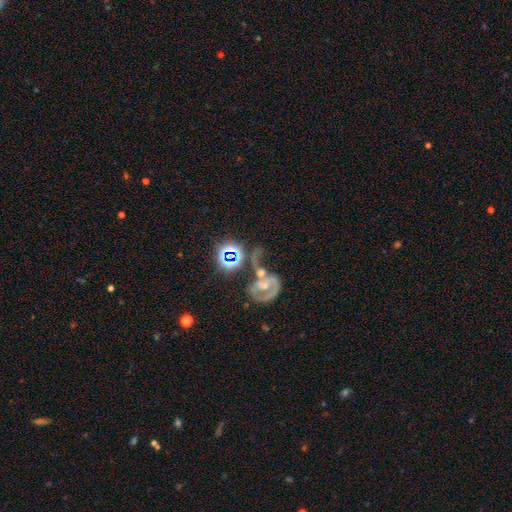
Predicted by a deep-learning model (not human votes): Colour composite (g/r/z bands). It shows a featured or disk galaxy (53%). Merging: none (41%).